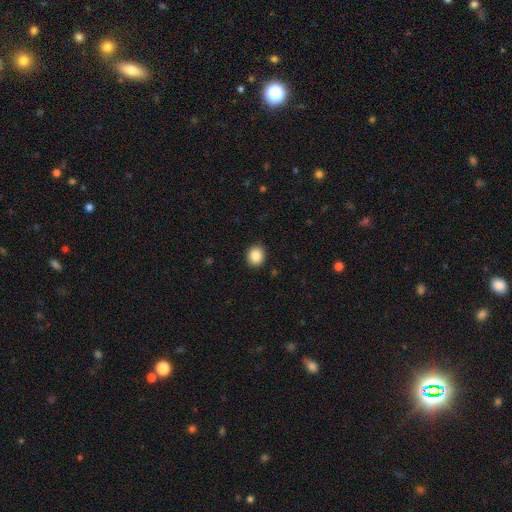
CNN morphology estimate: This appears to be a smooth galaxy with no disk features (87%) that is round (72%). Merging: none (91%).